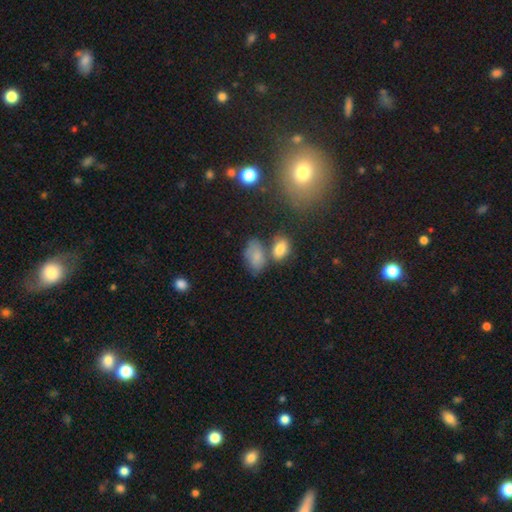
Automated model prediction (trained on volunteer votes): Smooth or featured? Predicted: smooth (p=0.73). How rounded? Predicted: in between (p=0.90). Merging? Predicted: none (p=0.46).